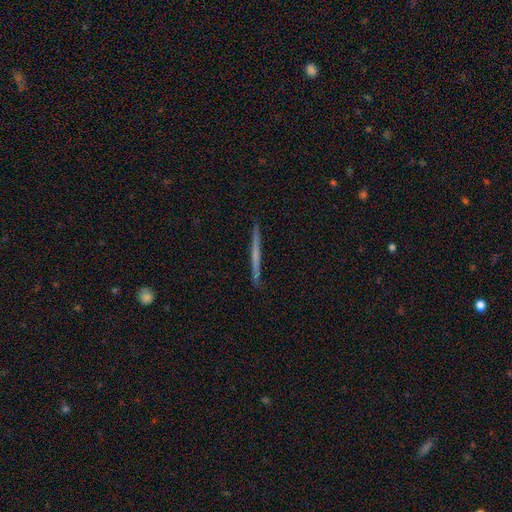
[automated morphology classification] Smooth or featured? featured or disk (53%)
Edge-on disk? yes (98%)
Edge-on bulge? none (87%)
Merging? none (92%)